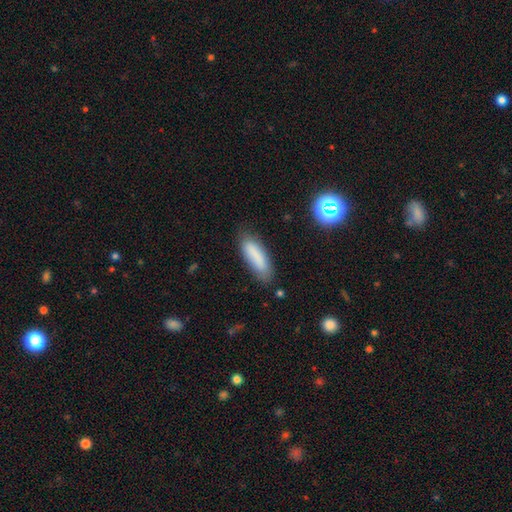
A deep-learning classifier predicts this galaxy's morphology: type=smooth (82%); roundness=cigar-shaped (51%); merging=none (76%).